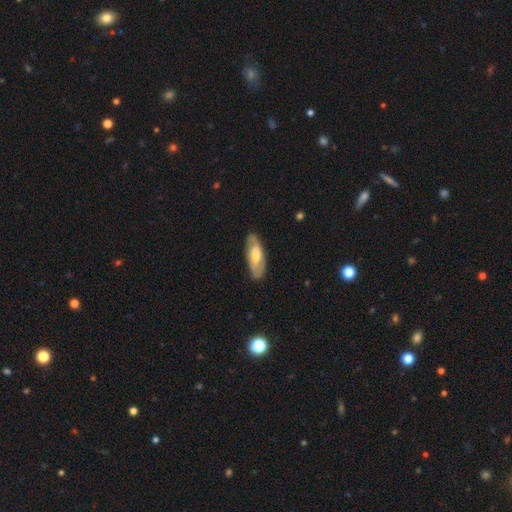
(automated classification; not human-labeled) Overall: featured or disk (51%; smooth 44%). Edge-on disk: no (78%). Merging: none (82%).